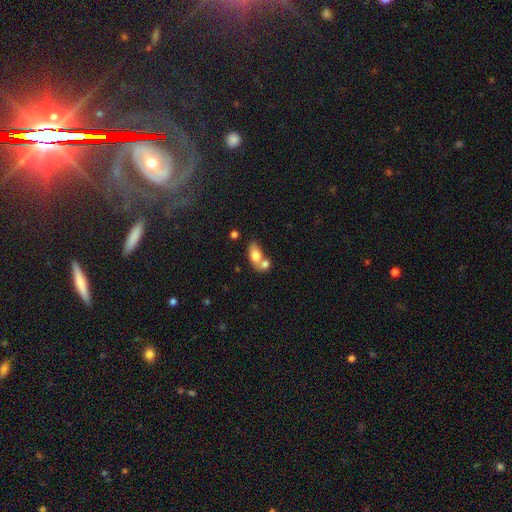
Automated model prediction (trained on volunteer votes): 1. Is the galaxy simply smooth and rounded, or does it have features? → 74% smooth, 18% featured or disk, 7% star or artifact.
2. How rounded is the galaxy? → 84% in between, 12% round, 4% cigar-shaped.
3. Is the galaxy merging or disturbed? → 56% merger, 30% none, 9% minor disturbance, 4% major disturbance.